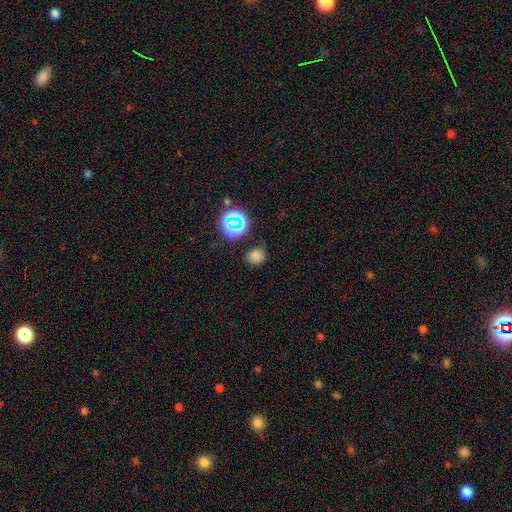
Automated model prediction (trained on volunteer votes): The model was most divided on "how rounded": round: 65%, in between: 34%, cigar-shaped: 1%. More confident: merging — none (81%); smooth or featured — smooth (73%).